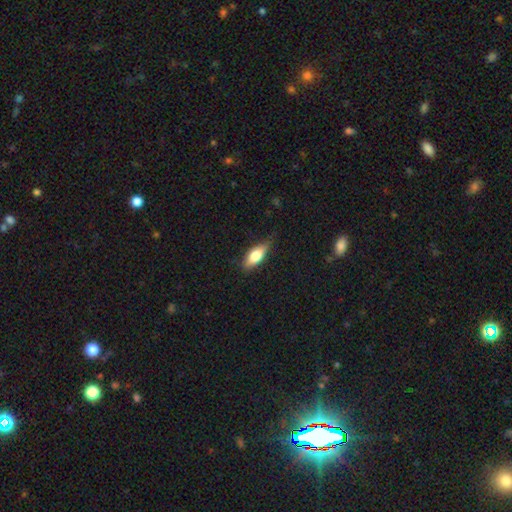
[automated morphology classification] The model was most divided on "smooth or featured": smooth: 69%, featured or disk: 24%, star or artifact: 6%. More confident: how rounded — in between (75%); merging — none (73%).